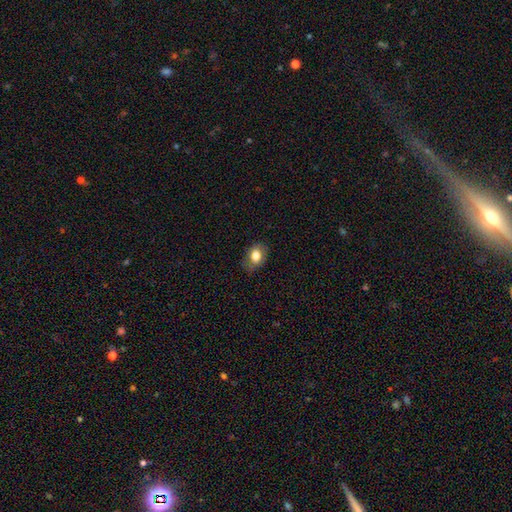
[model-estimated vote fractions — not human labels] Q: Smooth or featured?
A: smooth (78%); runner-up: featured or disk (13%)
Q: How rounded?
A: in between (71%); runner-up: round (28%)
Q: Merging?
A: none (76%); runner-up: minor disturbance (18%)